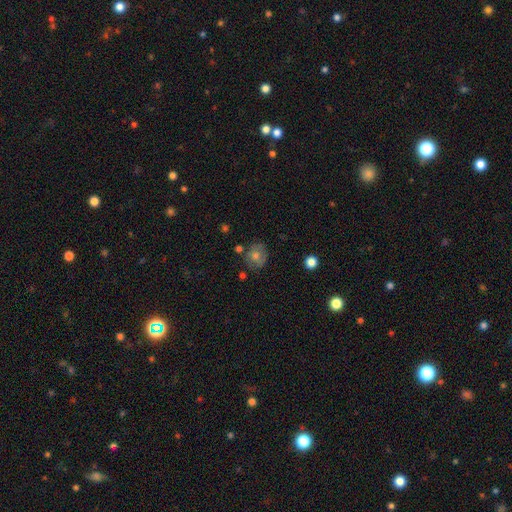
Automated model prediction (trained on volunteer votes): Smooth or featured: smooth — 55% (featured or disk — 33%)
How rounded: round — 71% (in between — 28%)
Merging: none — 72% (minor disturbance — 18%)